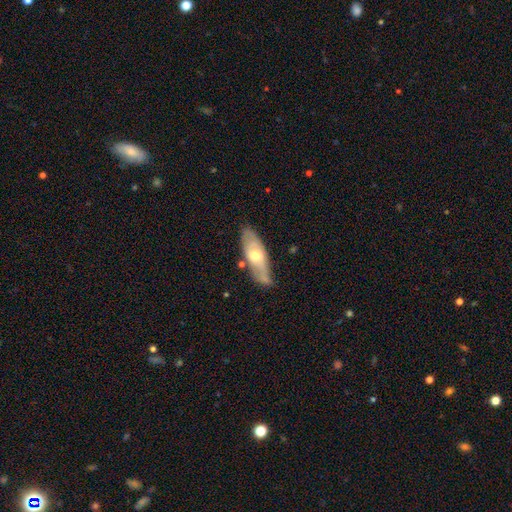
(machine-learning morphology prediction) This is possibly a featured or disk galaxy (50%). It is likely not viewed edge-on (69%). Merging: likely none (67%).